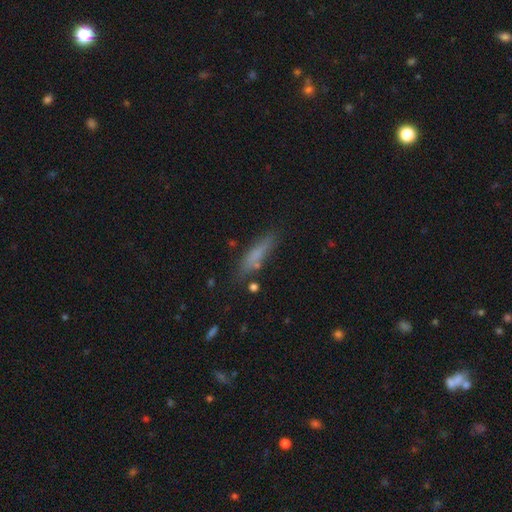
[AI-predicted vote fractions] Smooth or featured?
  - smooth: 68% *
  - featured or disk: 22%
  - star or artifact: 10%
How rounded?
  - cigar-shaped: 79% *
  - in between: 19%
  - round: 2%
Merging?
  - none: 75% *
  - minor disturbance: 16%
  - major disturbance: 5%
  - merger: 4%